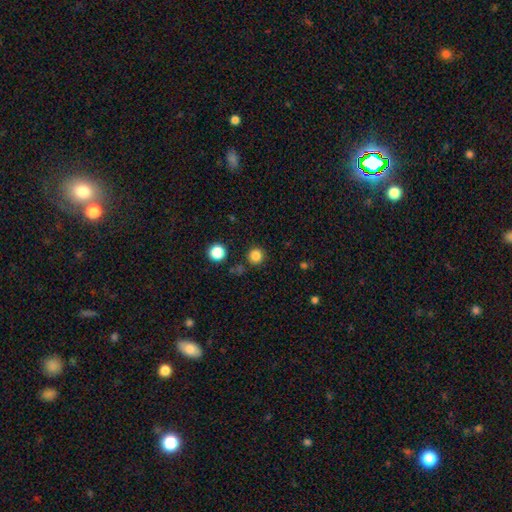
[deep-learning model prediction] Q: Smooth or featured?
A: smooth (83%); runner-up: star or artifact (13%)
Q: How rounded?
A: round (95%); runner-up: in between (4%)
Q: Merging?
A: none (89%); runner-up: minor disturbance (6%)